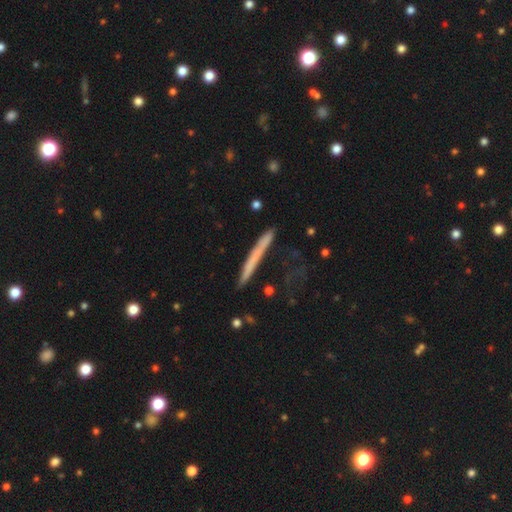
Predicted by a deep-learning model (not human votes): Smooth or featured?
  - smooth: 59% *
  - featured or disk: 35%
  - star or artifact: 7%
How rounded?
  - cigar-shaped: 96% *
  - in between: 2%
  - round: 2%
Merging?
  - none: 76% *
  - minor disturbance: 16%
  - major disturbance: 4%
  - merger: 3%